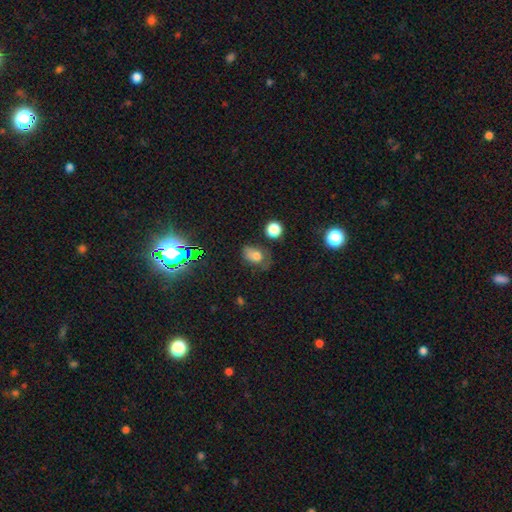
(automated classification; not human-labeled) Smooth or featured: smooth — 63% (star or artifact — 20%)
How rounded: in between — 71% (round — 27%)
Merging: none — 40% (minor disturbance — 32%)